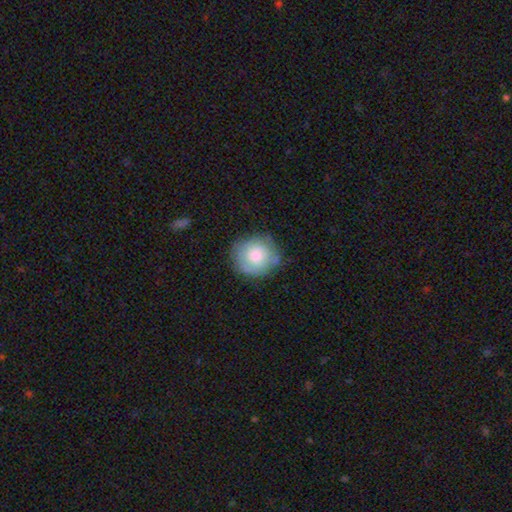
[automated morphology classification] Smooth or featured? smooth (71%)
How rounded? round (90%)
Merging? none (73%)